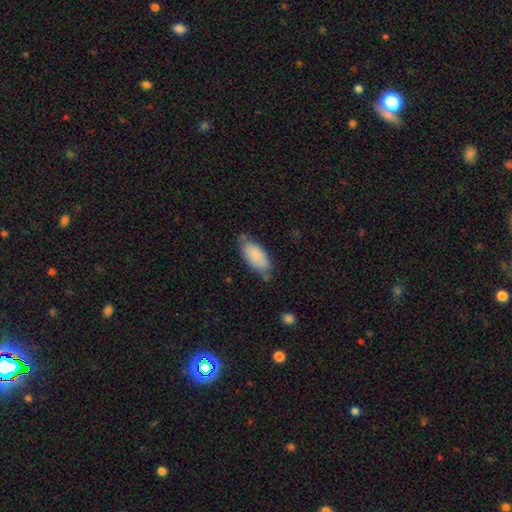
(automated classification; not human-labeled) smooth_or_featured: smooth (p=0.87) [alt: featured or disk p=0.08]
how_rounded: in between (p=0.88) [alt: cigar-shaped p=0.10]
merging: none (p=0.63) [alt: minor disturbance p=0.28]